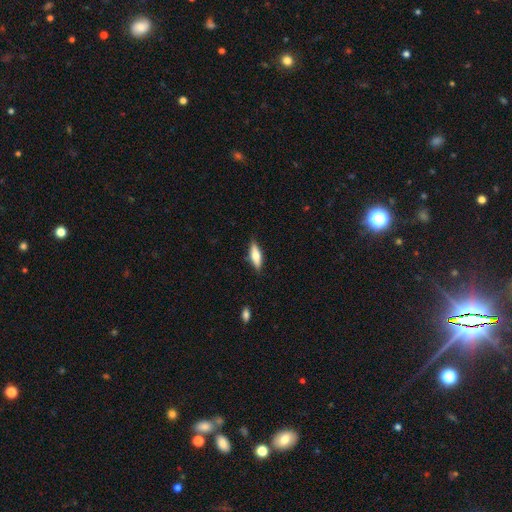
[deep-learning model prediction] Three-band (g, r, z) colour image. It shows a smooth galaxy with no disk features (64%) that is cigar-shaped (52%). Merging: none (85%).